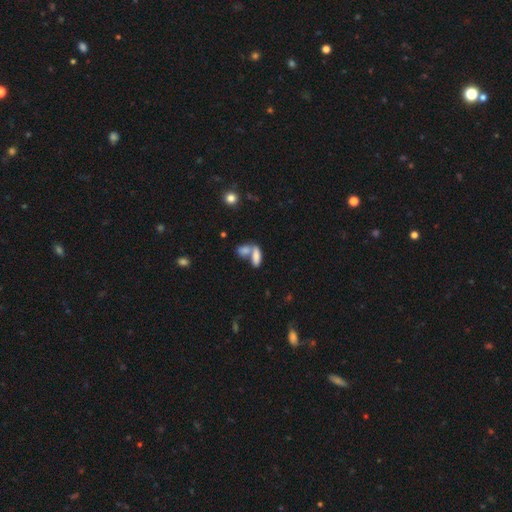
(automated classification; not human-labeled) A smooth galaxy with no disk features (78%) that is in between round and cigar-shaped (75%). Merging: merger (59%).